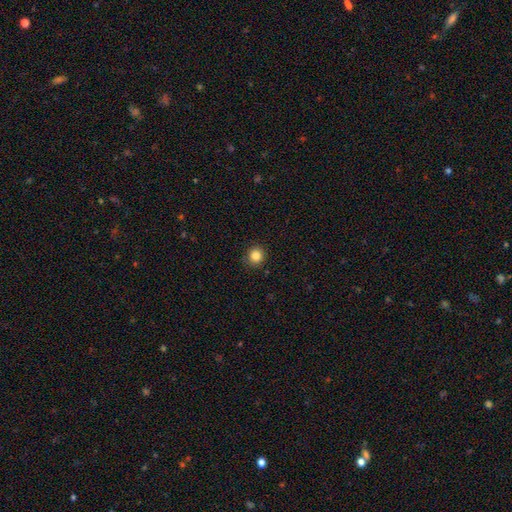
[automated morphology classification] Smooth or featured?
  - smooth: 84% *
  - star or artifact: 11%
  - featured or disk: 4%
How rounded?
  - round: 90% *
  - in between: 9%
  - cigar-shaped: 1%
Merging?
  - none: 89% *
  - minor disturbance: 8%
  - major disturbance: 2%
  - merger: 1%